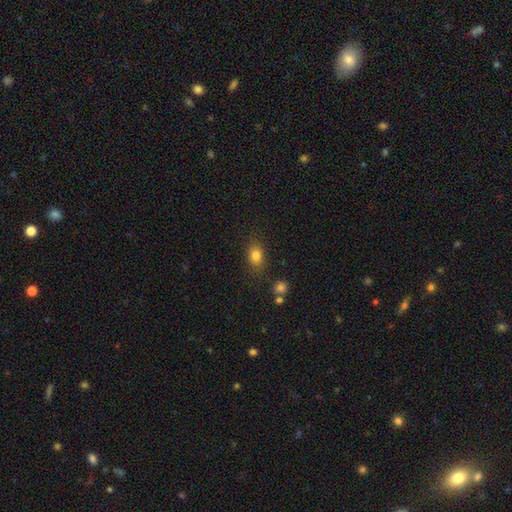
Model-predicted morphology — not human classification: The model was most divided on "how rounded": in between: 72%, round: 26%, cigar-shaped: 2%. More confident: merging — none (82%); smooth or featured — smooth (82%).